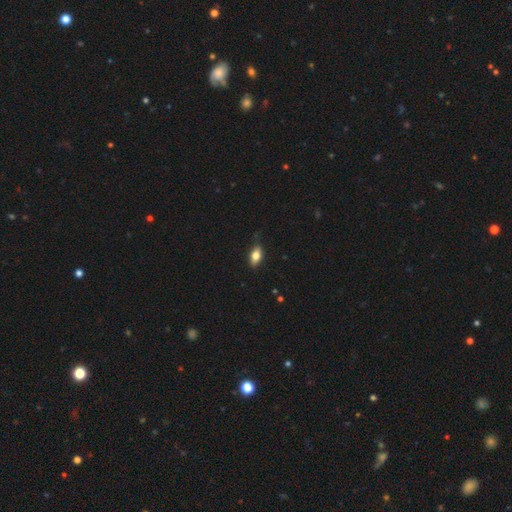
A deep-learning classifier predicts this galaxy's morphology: Q: Smooth or featured?
A: smooth (73%); runner-up: featured or disk (19%)
Q: How rounded?
A: in between (85%); runner-up: cigar-shaped (10%)
Q: Merging?
A: none (81%); runner-up: minor disturbance (15%)